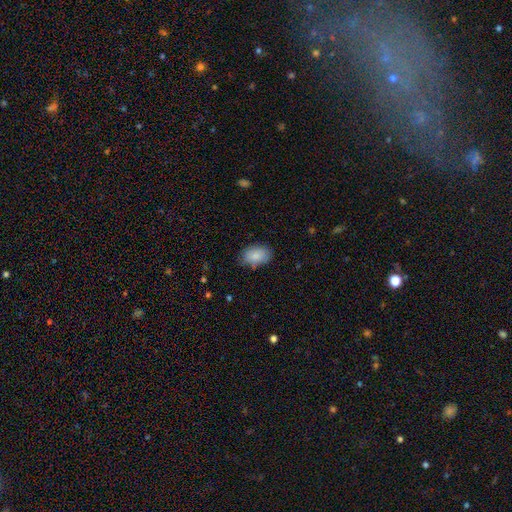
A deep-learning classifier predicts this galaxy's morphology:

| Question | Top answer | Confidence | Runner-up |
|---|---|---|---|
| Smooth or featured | smooth | 87% | star or artifact (7%) |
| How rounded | in between | 88% | round (11%) |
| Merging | none | 76% | minor disturbance (18%) |